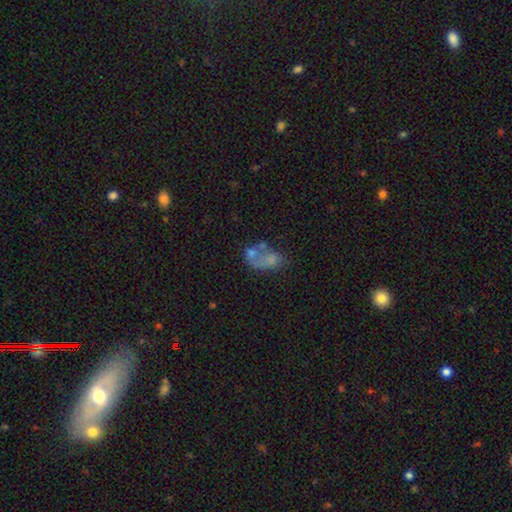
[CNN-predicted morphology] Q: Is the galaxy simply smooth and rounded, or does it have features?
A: smooth — 53%.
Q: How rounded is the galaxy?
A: in between — 82%.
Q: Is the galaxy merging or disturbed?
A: merger — 36%.